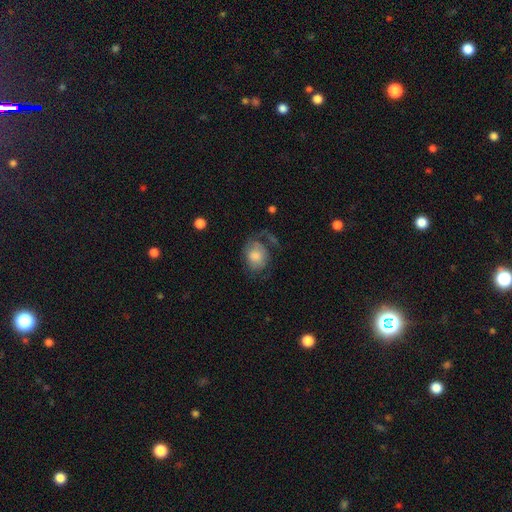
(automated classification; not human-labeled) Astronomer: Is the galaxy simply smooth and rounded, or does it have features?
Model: smooth — 66%.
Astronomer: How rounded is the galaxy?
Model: round — 53% (runner-up: in between, 46%).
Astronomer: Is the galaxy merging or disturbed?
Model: none — 39% (runner-up: major disturbance, 31%).